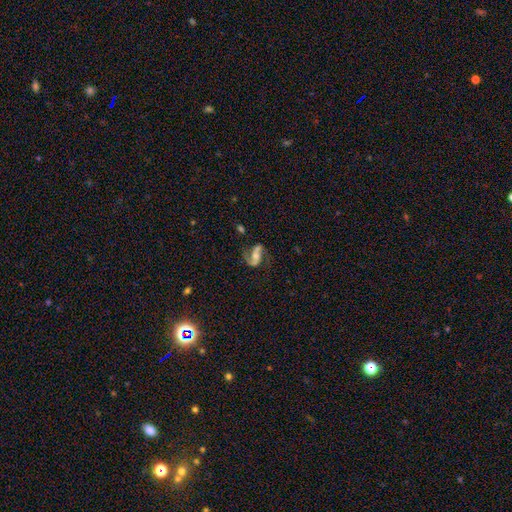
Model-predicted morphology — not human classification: This is clearly a featured or disk galaxy (81%). It is clearly not viewed edge-on (97%). Bar: marginally no (34%). Spiral arm pattern: clearly yes (94%). Spiral arm count: clearly 2 (89%). Spiral winding: possibly loose (47%). Central bulge: possibly moderate (47%). Merging: likely none (65%).